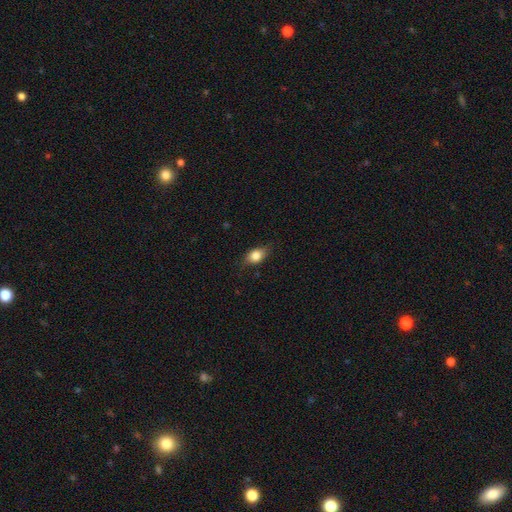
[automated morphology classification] Smooth or featured: smooth — 77% (featured or disk — 14%)
How rounded: in between — 74% (round — 21%)
Merging: none — 76% (minor disturbance — 19%)